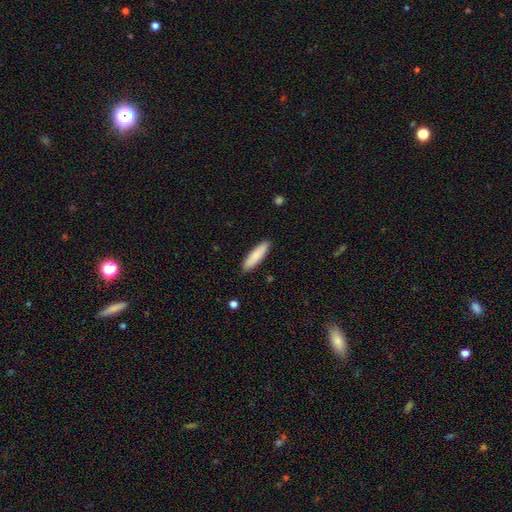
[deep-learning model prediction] A smooth galaxy with no disk features (86%) that is cigar-shaped (73%). Merging: none (91%).